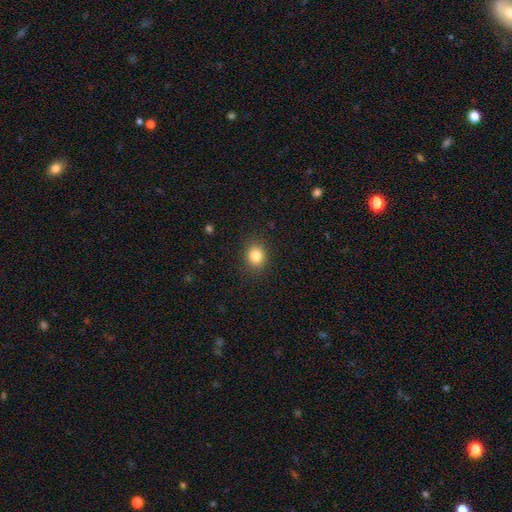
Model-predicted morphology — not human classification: smooth-or-featured: smooth: 83% | star or artifact: 11% | featured or disk: 6%
  how-rounded: round: 64% | in between: 35% | cigar-shaped: 1%
  merging: none: 89% | minor disturbance: 8% | major disturbance: 2% | merger: 1%